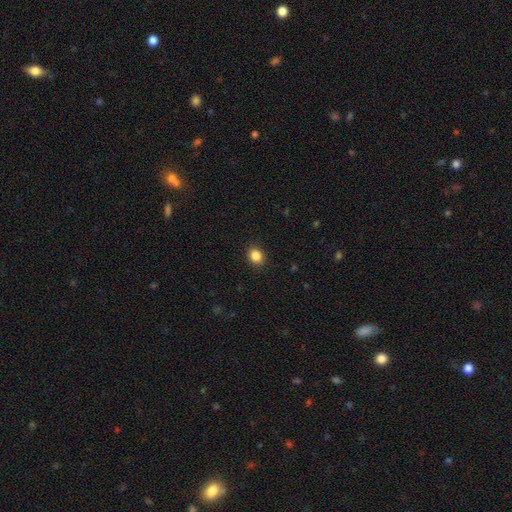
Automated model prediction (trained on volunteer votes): Overall: smooth (86%). How rounded: round (52%; in between 47%). Merging: none (90%).